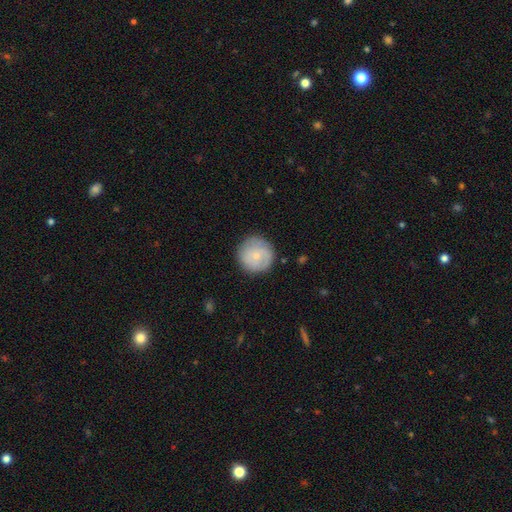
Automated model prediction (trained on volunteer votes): The model was most divided on "smooth or featured": smooth: 55%, featured or disk: 39%, star or artifact: 7%. More confident: how rounded — round (95%); merging — none (80%).